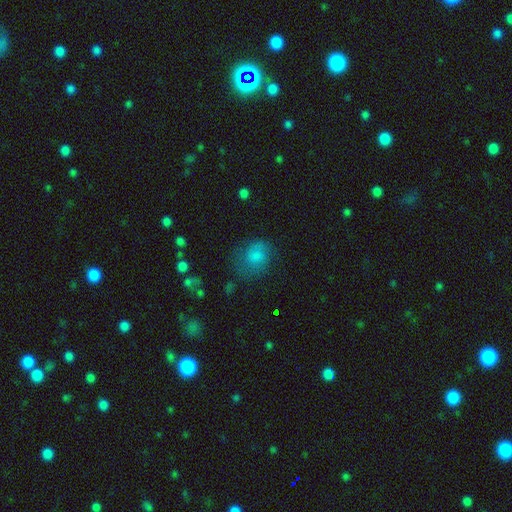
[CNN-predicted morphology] A smooth galaxy with no disk features (65%) that is round (65%).

Vote fractions:
- Smooth or featured? smooth: 65% / featured or disk: 19% / star or artifact: 16%
- How rounded? round: 65% / in between: 34% / cigar-shaped: 1%
- Merging? none: 61% / minor disturbance: 24% / major disturbance: 13% / merger: 2%